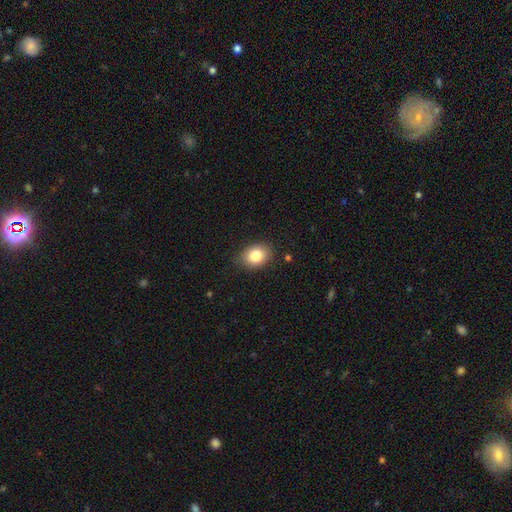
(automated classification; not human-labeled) smooth_or_featured: smooth (p=0.82) [alt: star or artifact p=0.09]
how_rounded: in between (p=0.66) [alt: round p=0.33]
merging: none (p=0.84) [alt: minor disturbance p=0.12]